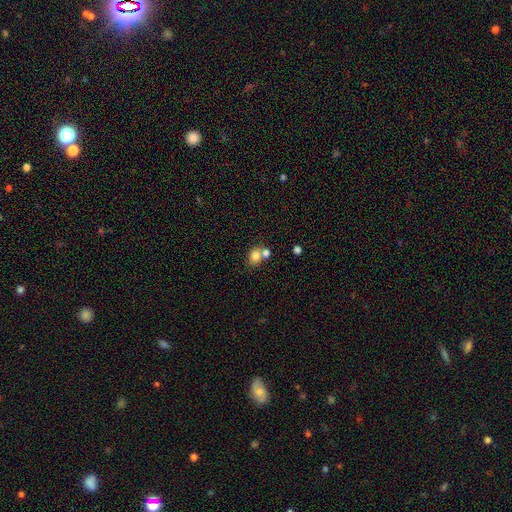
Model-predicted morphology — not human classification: Q: Smooth or featured?
A: smooth (79%); runner-up: star or artifact (11%)
Q: How rounded?
A: round (51%); runner-up: in between (48%)
Q: Merging?
A: none (47%); runner-up: merger (39%)